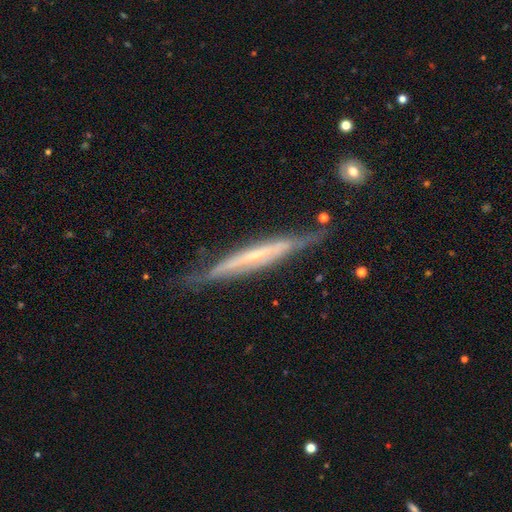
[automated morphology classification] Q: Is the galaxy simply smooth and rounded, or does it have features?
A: featured or disk — 74%.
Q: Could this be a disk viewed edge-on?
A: yes — 87%.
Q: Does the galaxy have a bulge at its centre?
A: none — 61%.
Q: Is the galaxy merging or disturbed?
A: none — 69%.